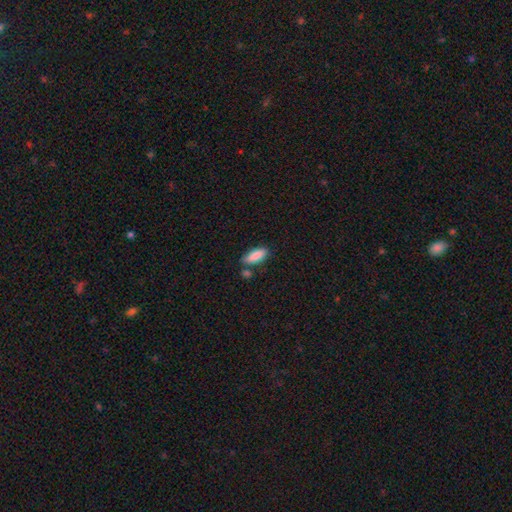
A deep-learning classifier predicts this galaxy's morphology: type=smooth (87%); roundness=in between (70%); merging=none (68%).